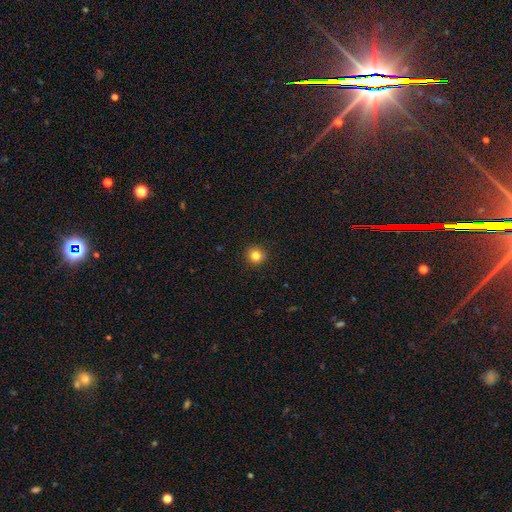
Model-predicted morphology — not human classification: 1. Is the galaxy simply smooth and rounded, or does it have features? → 83% smooth, 12% star or artifact, 5% featured or disk.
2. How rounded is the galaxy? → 92% round, 7% in between, 1% cigar-shaped.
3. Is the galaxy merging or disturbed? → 92% none, 5% minor disturbance, 2% major disturbance, 1% merger.